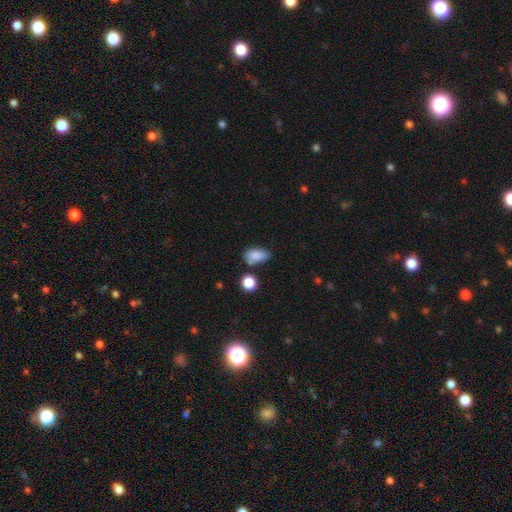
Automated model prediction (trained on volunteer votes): Smooth or featured?
  - smooth: 82% *
  - featured or disk: 9%
  - star or artifact: 9%
How rounded?
  - in between: 87% *
  - round: 10%
  - cigar-shaped: 3%
Merging?
  - none: 51% *
  - minor disturbance: 29%
  - merger: 13%
  - major disturbance: 7%